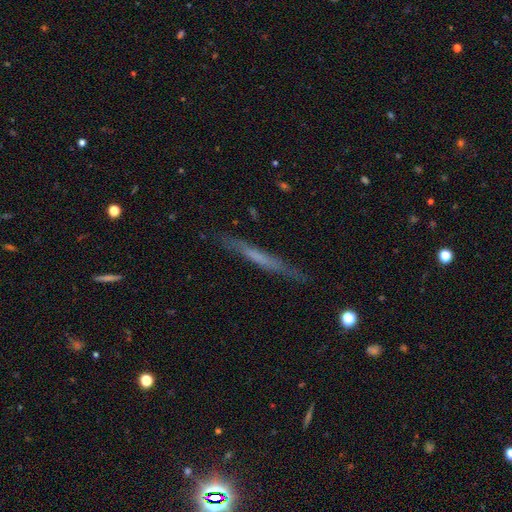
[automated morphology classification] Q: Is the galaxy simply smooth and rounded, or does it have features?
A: featured or disk — 55%.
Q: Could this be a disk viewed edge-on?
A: yes — 93%.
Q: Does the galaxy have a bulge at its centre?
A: none — 78%.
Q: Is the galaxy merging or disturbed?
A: none — 86%.